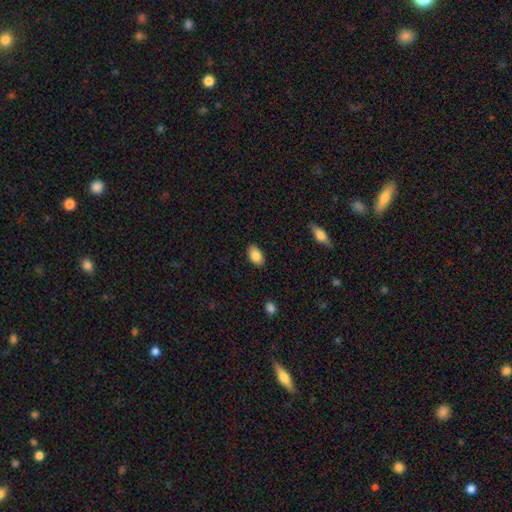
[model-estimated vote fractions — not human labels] Overall: smooth (87%). How rounded: in between (91%). Merging: none (87%).